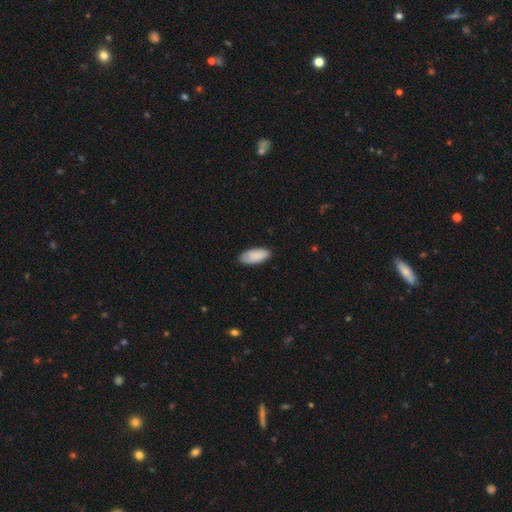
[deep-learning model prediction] A smooth galaxy with no disk features (85%) that is in between round and cigar-shaped (91%). Merging: none (80%).